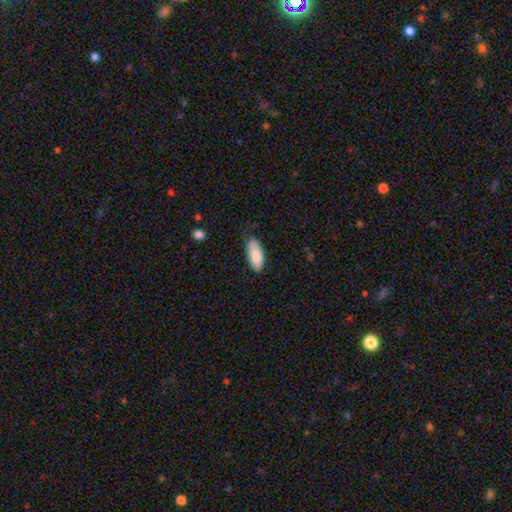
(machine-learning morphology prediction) Smooth or featured? Predicted: smooth (p=0.87). How rounded? Predicted: in between (p=0.83). Merging? Predicted: none (p=0.74).